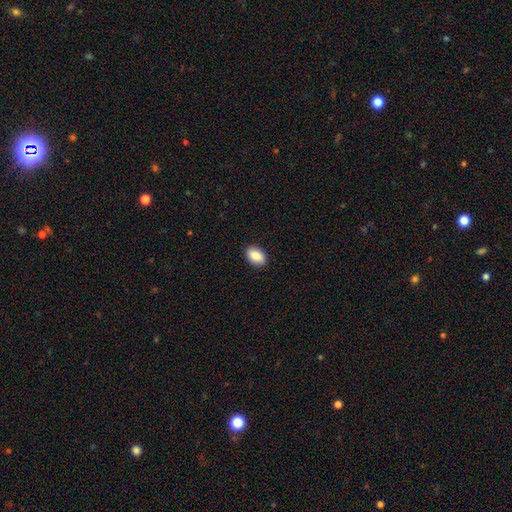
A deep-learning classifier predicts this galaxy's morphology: A smooth galaxy with no disk features (89%) that is in between round and cigar-shaped (87%). Merging: none (90%).